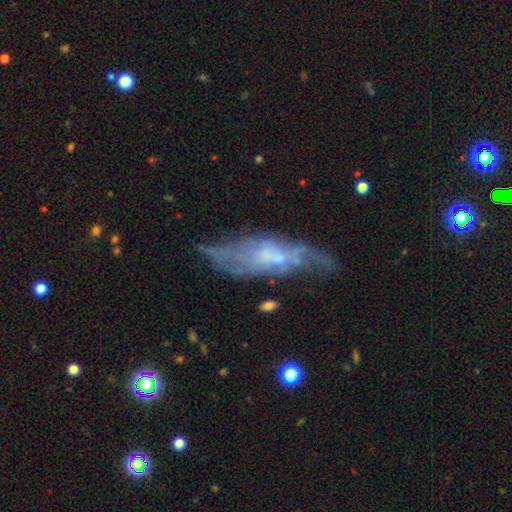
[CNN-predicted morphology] This is likely a featured or disk galaxy (62%). It is likely not viewed edge-on (77%). Merging: marginally none (45%).